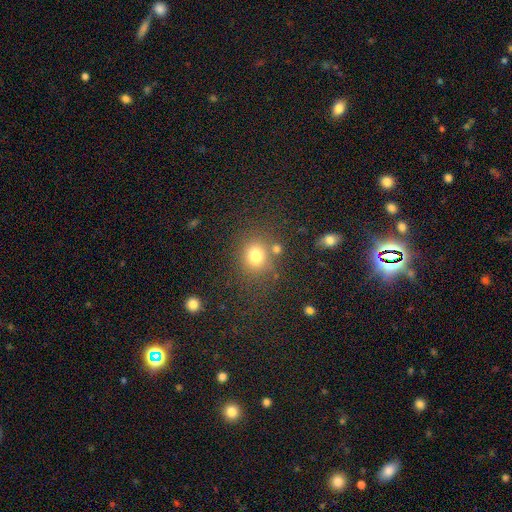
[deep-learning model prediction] Morphology: type=smooth (77%); roundness=round (74%); merging=none (72%).